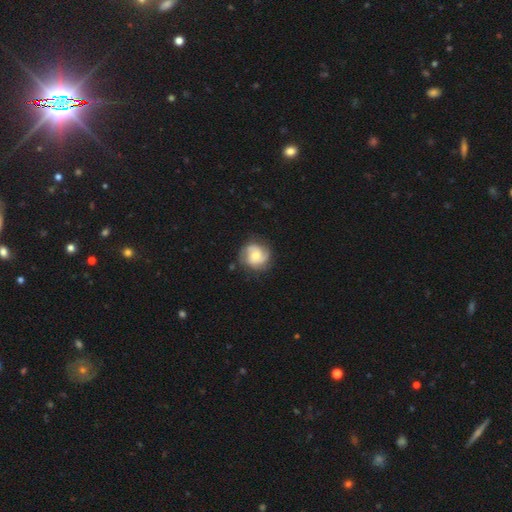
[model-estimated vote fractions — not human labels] smooth-or-featured: featured or disk: 72% | smooth: 22% | star or artifact: 6%
  disk-edge-on: no: 98% | yes: 2%
    bar: no: 64% | weak: 30% | strong: 6%
    has-spiral-arms: yes: 95% | no: 5%
      spiral-winding: medium: 43% | tight: 41% | loose: 16%
      spiral-arm-count: 3: 37% | 2: 36% | can't tell: 15% | 4: 5% | 1: 4% | more than 4: 3%
    bulge-size: moderate: 55% | small: 35% | large: 7% | none: 2% | dominant: 1%
  merging: none: 77% | minor disturbance: 15% | major disturbance: 6% | merger: 1%